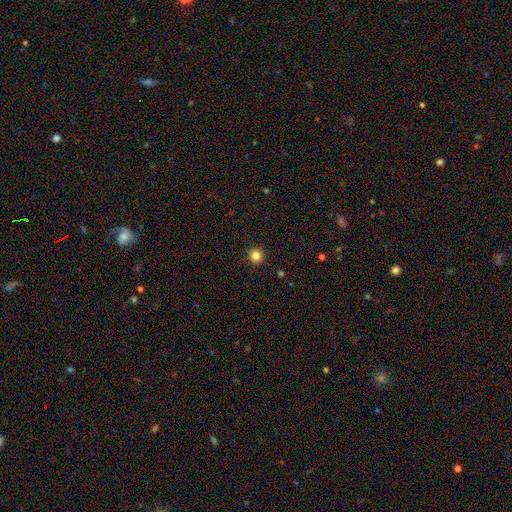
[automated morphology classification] This appears to be a smooth galaxy with no disk features (84%) that is round (95%). Merging: none (93%).